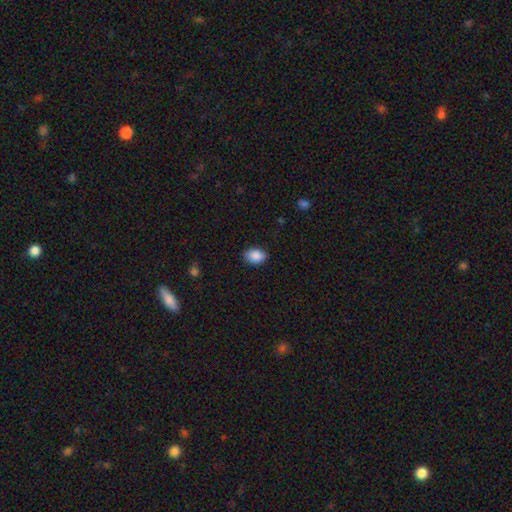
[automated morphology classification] Overall: smooth (89%). How rounded: in between (76%). Merging: none (85%).